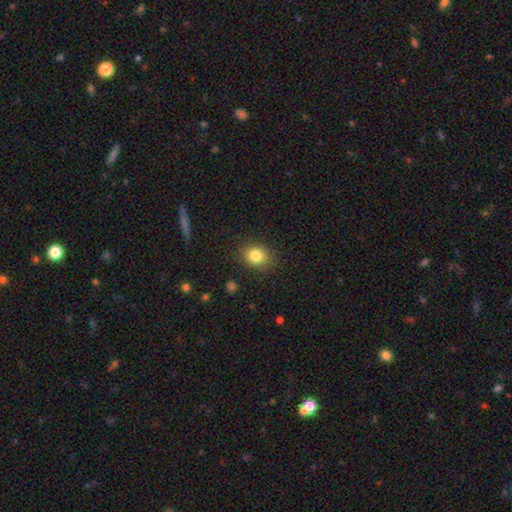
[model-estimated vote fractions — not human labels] Overall: smooth (82%). How rounded: round (61%; in between 38%). Merging: none (85%).